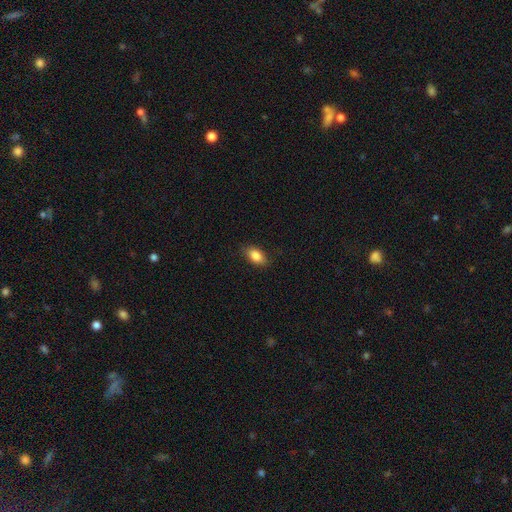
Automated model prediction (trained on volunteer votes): Smooth or featured?
  - smooth: 85% *
  - star or artifact: 8%
  - featured or disk: 7%
How rounded?
  - in between: 88% *
  - round: 8%
  - cigar-shaped: 4%
Merging?
  - none: 82% *
  - minor disturbance: 14%
  - major disturbance: 3%
  - merger: 1%